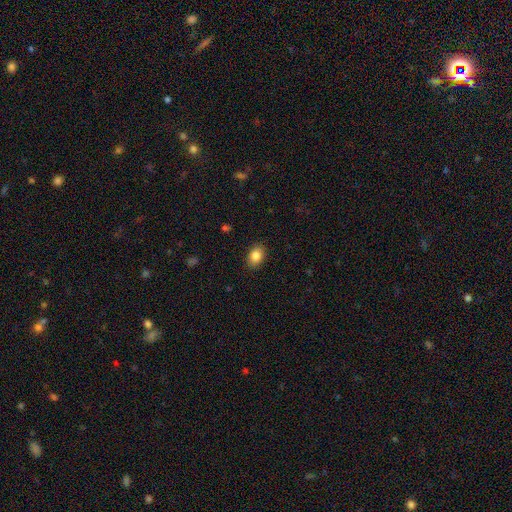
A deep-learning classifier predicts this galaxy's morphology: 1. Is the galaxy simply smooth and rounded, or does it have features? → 85% smooth, 9% star or artifact, 6% featured or disk.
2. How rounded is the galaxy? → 77% in between, 22% round, 1% cigar-shaped.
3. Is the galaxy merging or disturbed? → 88% none, 9% minor disturbance, 2% major disturbance, 1% merger.